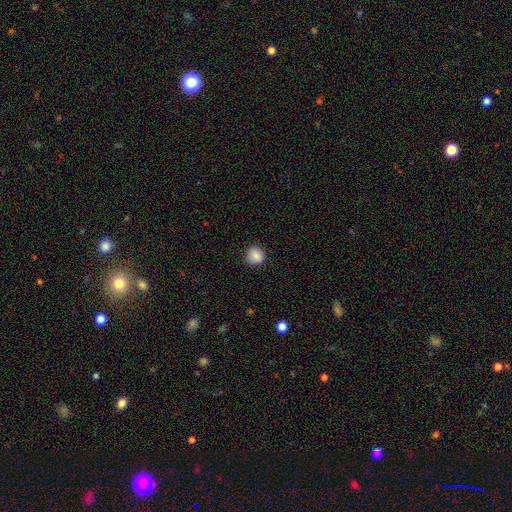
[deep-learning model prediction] smooth 86%, star or artifact 9%, featured or disk 5%. Down the decision tree: how rounded — round (92%); merging — none (86%).